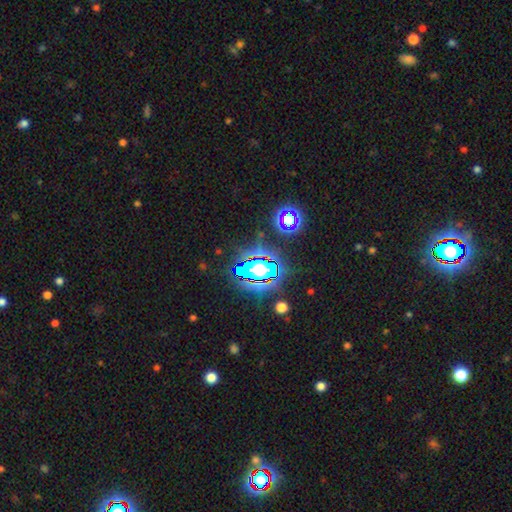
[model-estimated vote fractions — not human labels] Smooth or featured? star or artifact (82%)